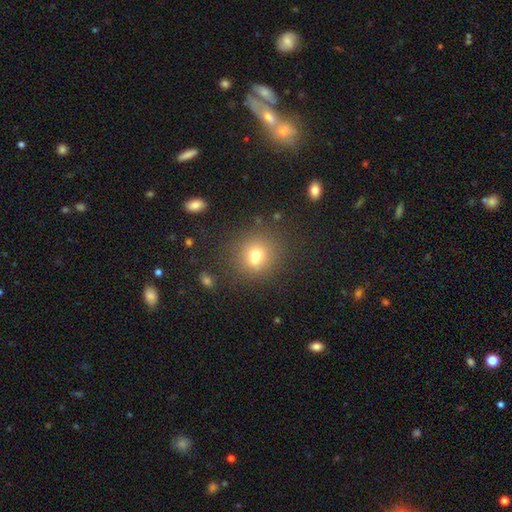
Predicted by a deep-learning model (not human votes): Morphology: type=smooth (69%); roundness=round (83%); merging=none (61%).